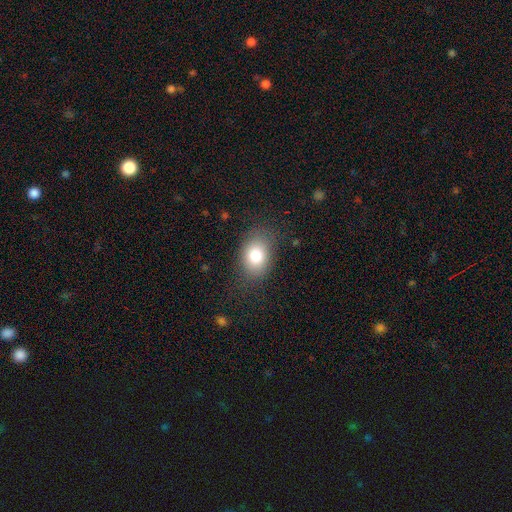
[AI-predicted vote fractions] smooth 81%, featured or disk 10%, star or artifact 9%. Down the decision tree: how rounded — in between (74%); merging — none (79%).